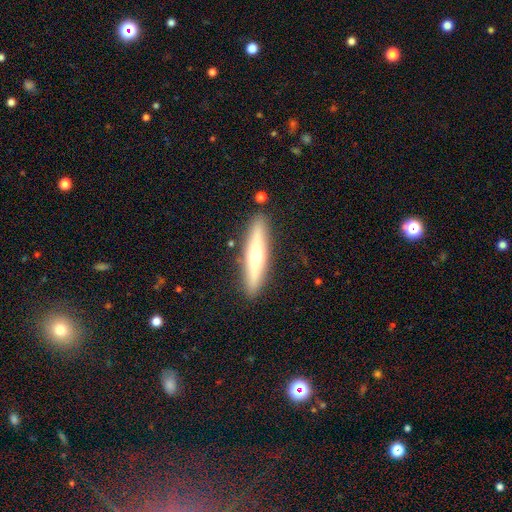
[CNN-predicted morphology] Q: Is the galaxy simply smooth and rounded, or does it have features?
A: featured or disk — 55%.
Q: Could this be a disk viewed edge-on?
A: yes — 92%.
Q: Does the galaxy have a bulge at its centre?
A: rounded — 91%.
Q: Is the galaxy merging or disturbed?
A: none — 88%.